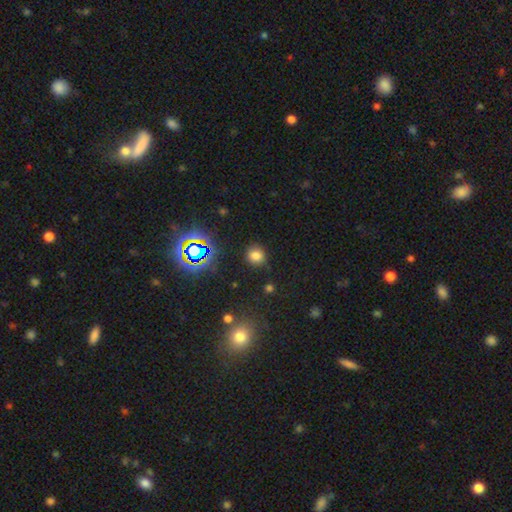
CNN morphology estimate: The model was most divided on "smooth or featured": smooth: 73%, star or artifact: 21%, featured or disk: 7%. More confident: merging — none (84%); how rounded — round (83%).